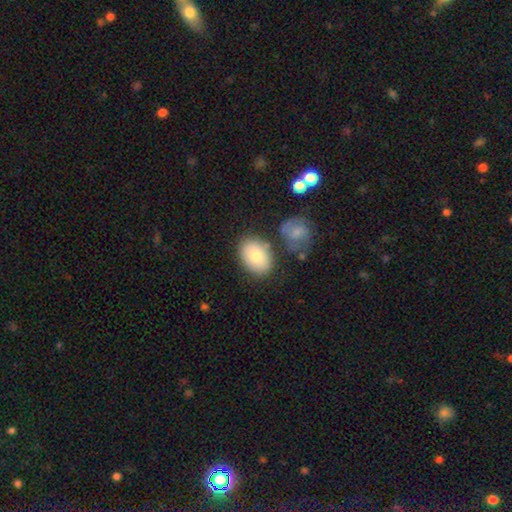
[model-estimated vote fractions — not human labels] smooth_or_featured: smooth (p=0.78) [alt: featured or disk p=0.15]
how_rounded: in between (p=0.78) [alt: round p=0.21]
merging: none (p=0.73) [alt: minor disturbance p=0.14]